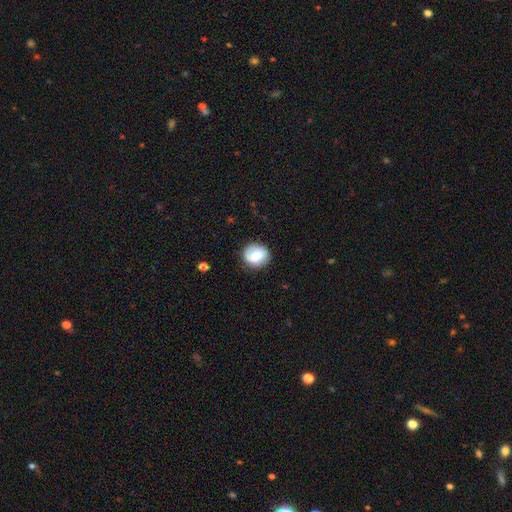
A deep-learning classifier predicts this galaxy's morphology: smooth_or_featured: smooth (p=0.73) [alt: featured or disk p=0.20]
how_rounded: round (p=0.80) [alt: in between p=0.19]
merging: none (p=0.81) [alt: minor disturbance p=0.14]